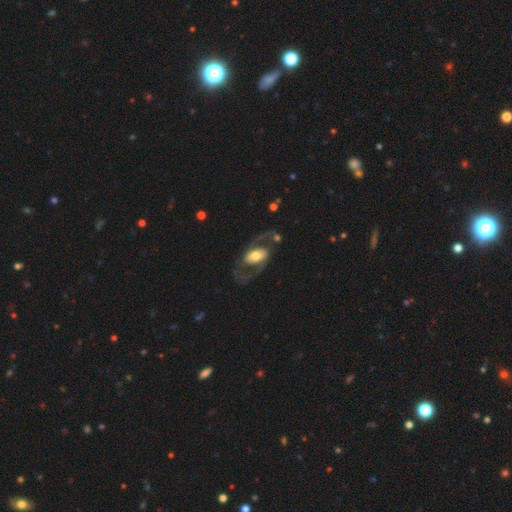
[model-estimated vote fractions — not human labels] This appears to be a featured or disk galaxy (78%) with no bar (39%), 2 (91%) medium (49%) spiral arms (84%) and a moderate central bulge (55%). Merging: none (66%).